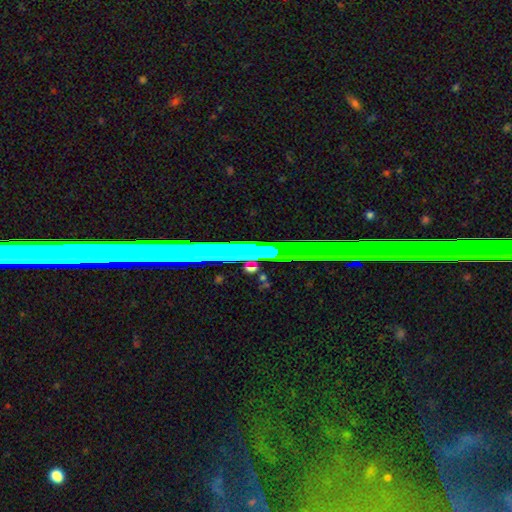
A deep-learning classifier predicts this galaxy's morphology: Smooth or featured? star or artifact (70%)